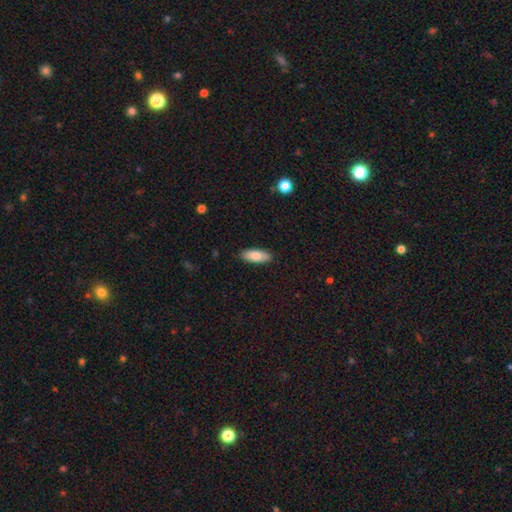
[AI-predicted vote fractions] The model was most divided on "how rounded": in between: 74%, cigar-shaped: 24%, round: 2%. More confident: merging — none (88%); smooth or featured — smooth (84%).